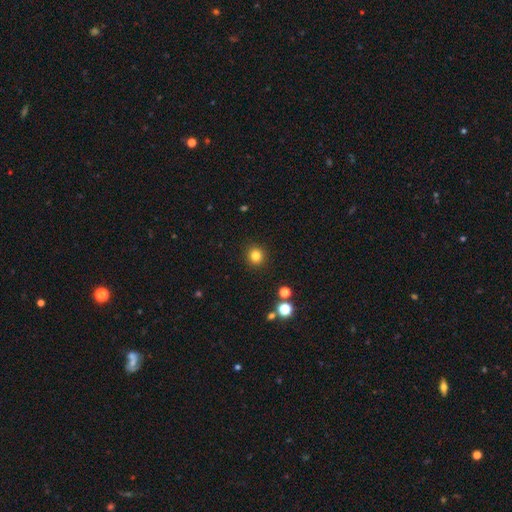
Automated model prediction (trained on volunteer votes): Smooth or featured?
  - smooth: 82% *
  - star or artifact: 13%
  - featured or disk: 5%
How rounded?
  - round: 92% *
  - in between: 7%
  - cigar-shaped: 1%
Merging?
  - none: 92% *
  - minor disturbance: 5%
  - major disturbance: 2%
  - merger: 1%